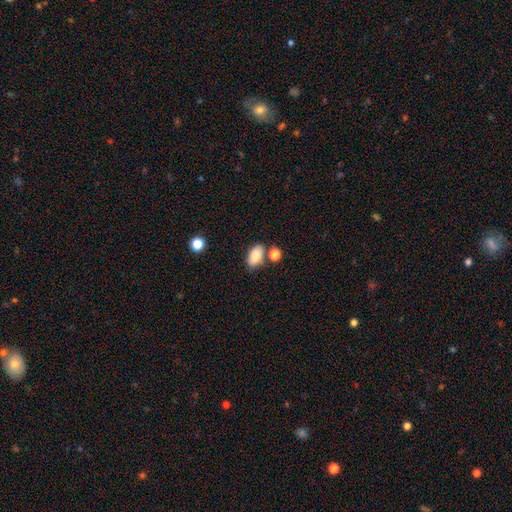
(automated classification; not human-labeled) Smooth or featured? Predicted: smooth (p=0.86). How rounded? Predicted: in between (p=0.92). Merging? Predicted: none (p=0.68).